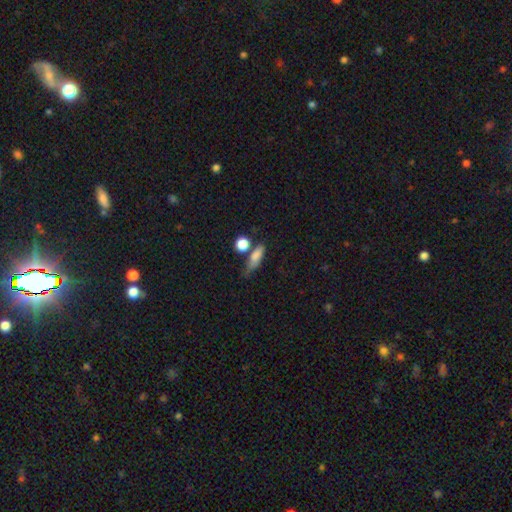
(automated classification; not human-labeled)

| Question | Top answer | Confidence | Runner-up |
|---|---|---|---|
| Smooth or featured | smooth | 78% | featured or disk (12%) |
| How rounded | in between | 57% | cigar-shaped (28%) |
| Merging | none | 49% | minor disturbance (23%) |